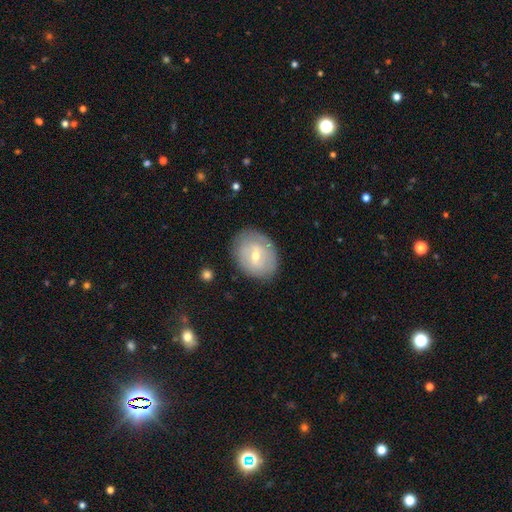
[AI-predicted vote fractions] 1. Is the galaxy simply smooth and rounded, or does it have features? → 49% featured or disk, 43% smooth, 8% star or artifact.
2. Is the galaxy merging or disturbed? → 79% none, 15% minor disturbance, 4% major disturbance, 1% merger.